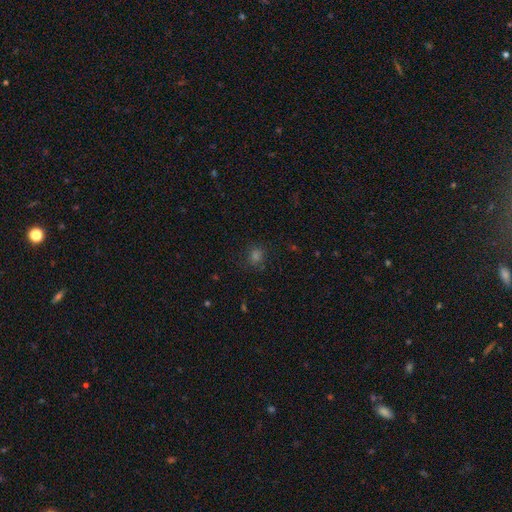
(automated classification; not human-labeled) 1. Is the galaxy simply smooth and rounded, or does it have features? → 65% smooth, 29% star or artifact, 6% featured or disk.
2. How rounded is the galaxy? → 79% round, 20% in between, 1% cigar-shaped.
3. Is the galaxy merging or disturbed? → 84% none, 10% minor disturbance, 4% major disturbance, 2% merger.